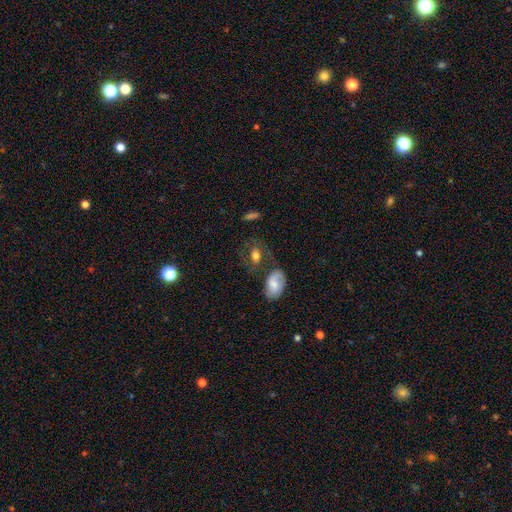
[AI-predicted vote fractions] smooth_or_featured: smooth (p=0.59) [alt: featured or disk p=0.31]
how_rounded: in between (p=0.75) [alt: round p=0.21]
merging: none (p=0.59) [alt: minor disturbance p=0.18]